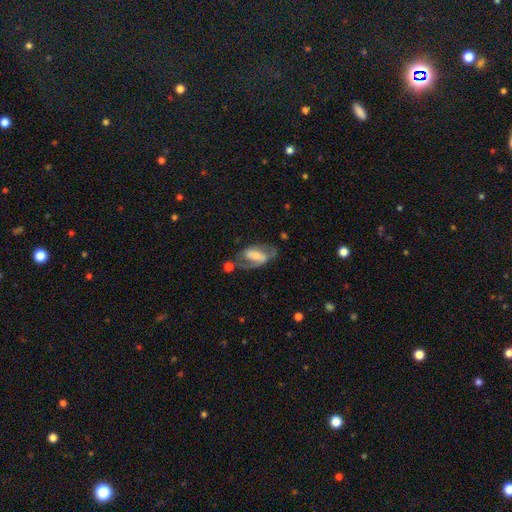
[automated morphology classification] A featured or disk galaxy (64%) with a strong bar (46%), spiral arms (74%) and a small central bulge (42%). Merging: none (47%).